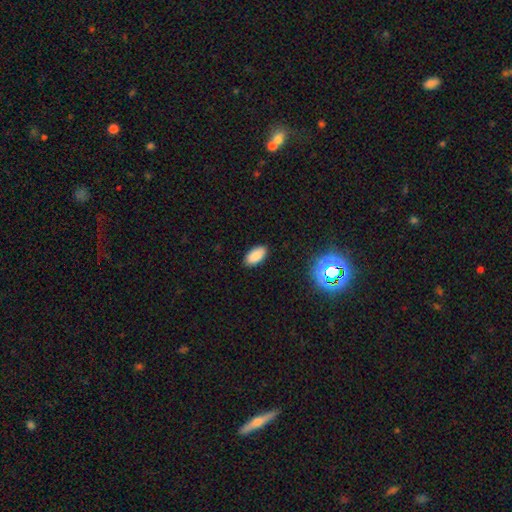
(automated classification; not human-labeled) Smooth or featured: smooth — 86% (star or artifact — 10%)
How rounded: in between — 95% (cigar-shaped — 3%)
Merging: none — 89% (minor disturbance — 8%)